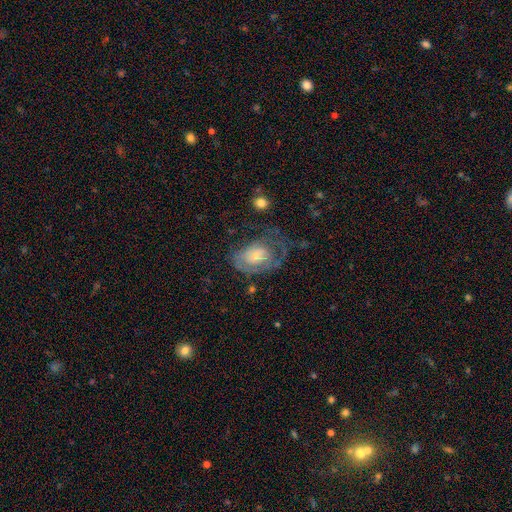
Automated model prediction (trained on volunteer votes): Smooth or featured?
  - featured or disk: 62% *
  - smooth: 31%
  - star or artifact: 7%
Edge-on disk?
  - no: 96% *
  - yes: 4%
Bar?
  - no: 65% *
  - weak: 29%
  - strong: 5%
Spiral arms?
  - yes: 72% *
  - no: 28%
Bulge size?
  - small: 53% *
  - moderate: 32%
  - none: 6%
  - large: 6%
  - dominant: 2%
Merging?
  - major disturbance: 40% *
  - none: 32%
  - minor disturbance: 25%
  - merger: 3%